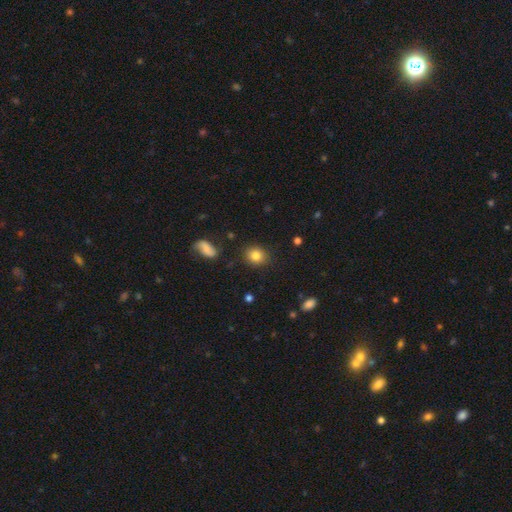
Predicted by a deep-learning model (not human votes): smooth-or-featured: smooth: 83% | star or artifact: 10% | featured or disk: 7%
  how-rounded: round: 77% | in between: 22% | cigar-shaped: 1%
  merging: none: 87% | minor disturbance: 9% | major disturbance: 3% | merger: 2%